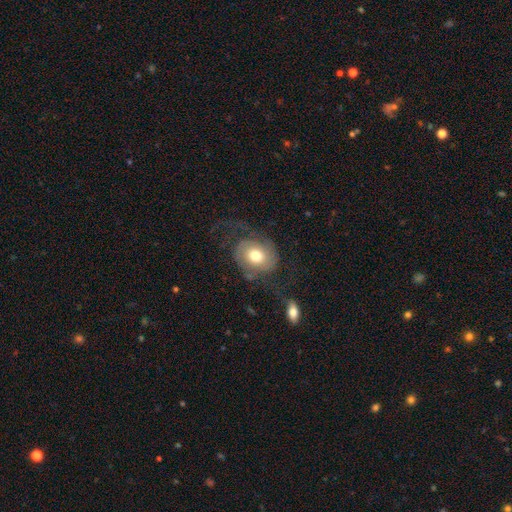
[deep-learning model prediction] Overall: featured or disk (61%; smooth 32%). Edge-on disk: no (97%). Bar: no (76%). Spiral arms: yes (84%). Spiral arm count: 2 (75%). Spiral winding: loose (42%; medium 36%). Bulge size: moderate (70%). Merging: none (49%; major disturbance 30%).